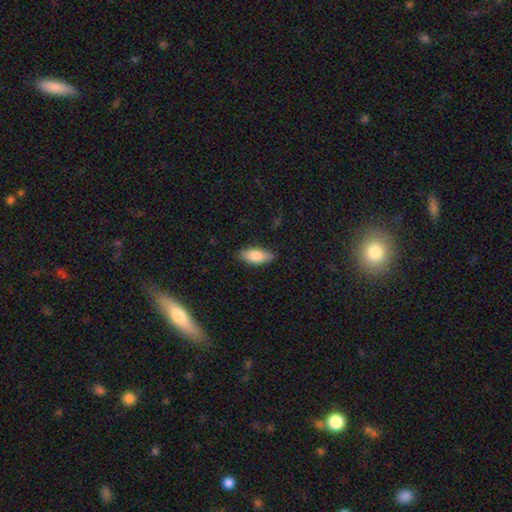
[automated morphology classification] Smooth or featured? smooth (77%)
How rounded? in between (82%)
Merging? none (84%)